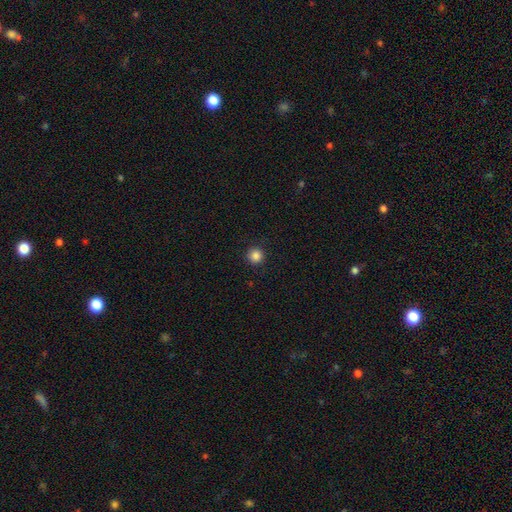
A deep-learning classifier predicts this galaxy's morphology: The model was most divided on "smooth or featured": smooth: 85%, star or artifact: 11%, featured or disk: 4%. More confident: how rounded — round (95%); merging — none (91%).